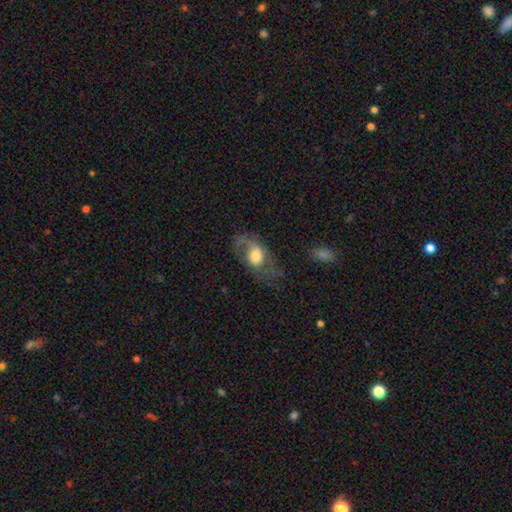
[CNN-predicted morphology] The model was most divided on "merging": none: 44%, major disturbance: 32%, minor disturbance: 21%, merger: 3%. More confident: edge-on disk — no (94%); spiral arms — yes (78%); bar — no (66%); smooth or featured — featured or disk (58%); bulge size — moderate (52%).